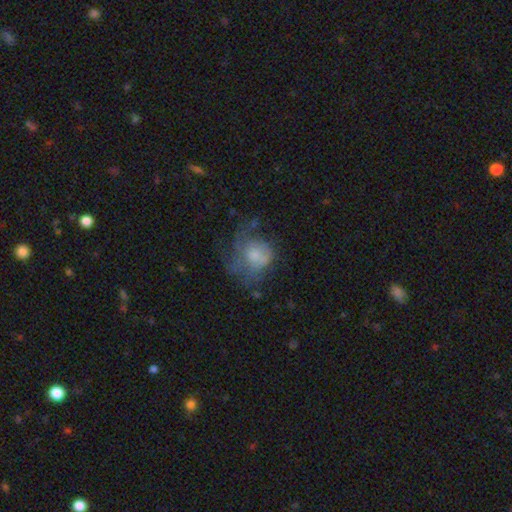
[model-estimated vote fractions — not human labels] This is possibly a smooth galaxy (49%). Merging: marginally major disturbance (43%).